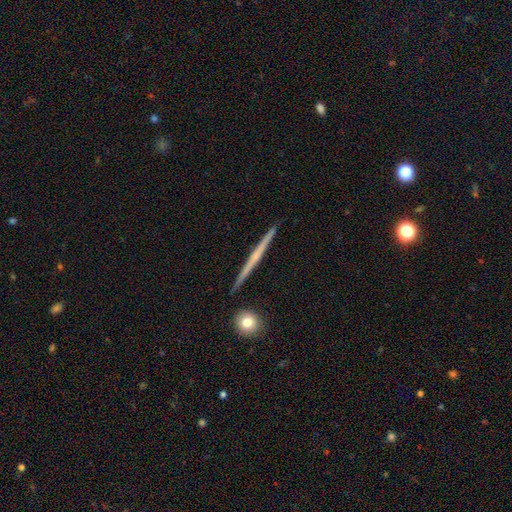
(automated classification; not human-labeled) Morphology: type=featured or disk (67%); edge-on=yes (98%); edge-on bulge=none (67%); merging=none (92%).